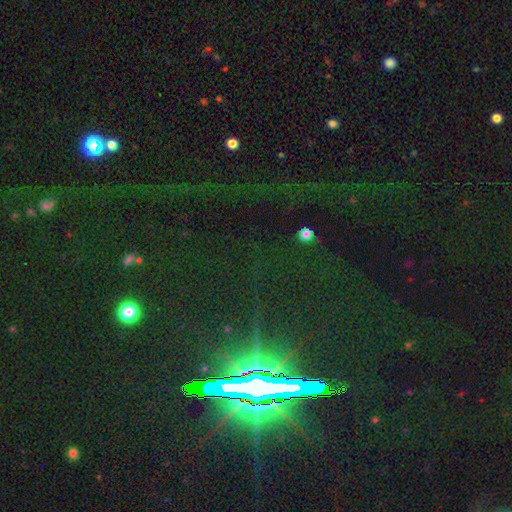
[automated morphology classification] Q: Smooth or featured?
A: star or artifact (78%); runner-up: featured or disk (11%)